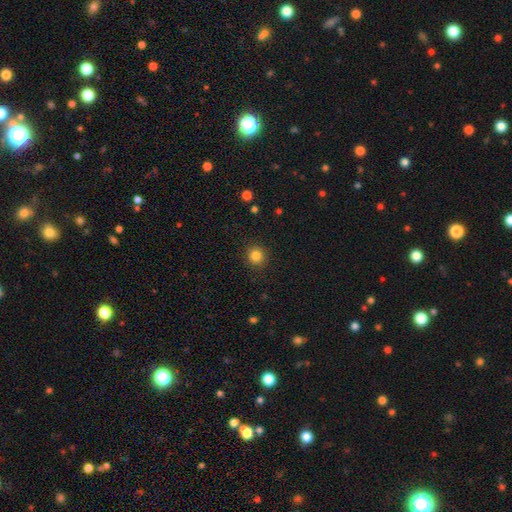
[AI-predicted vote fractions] Morphology: type=smooth (83%); roundness=round (92%); merging=none (91%).